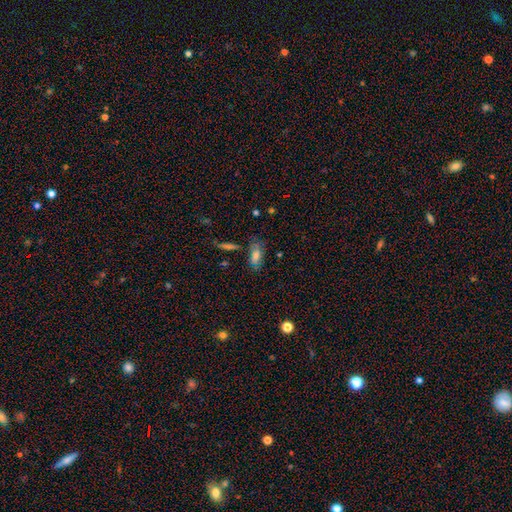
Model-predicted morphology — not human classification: Smooth or featured? Predicted: smooth (p=0.71). How rounded? Predicted: in between (p=0.81). Merging? Predicted: none (p=0.63).